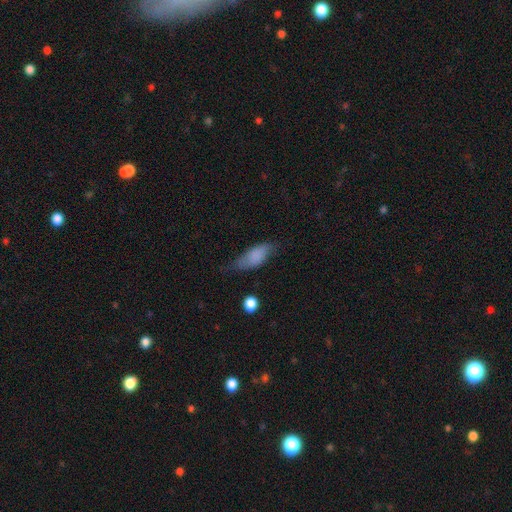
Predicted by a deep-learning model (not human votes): Q: Smooth or featured?
A: smooth (77%); runner-up: featured or disk (16%)
Q: How rounded?
A: in between (78%); runner-up: cigar-shaped (18%)
Q: Merging?
A: none (52%); runner-up: minor disturbance (33%)